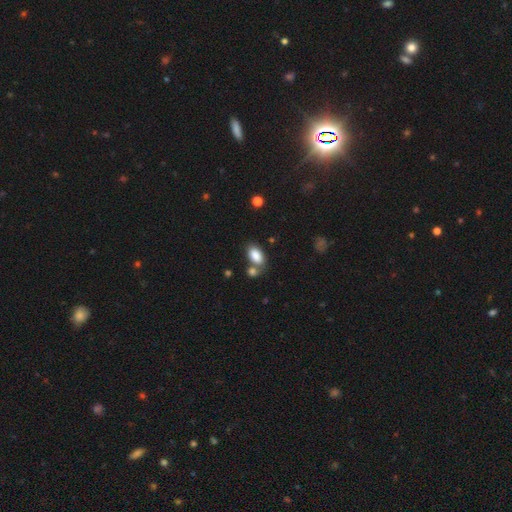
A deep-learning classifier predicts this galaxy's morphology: Overall: smooth (86%). How rounded: in between (92%). Merging: none (58%; merger 25%).